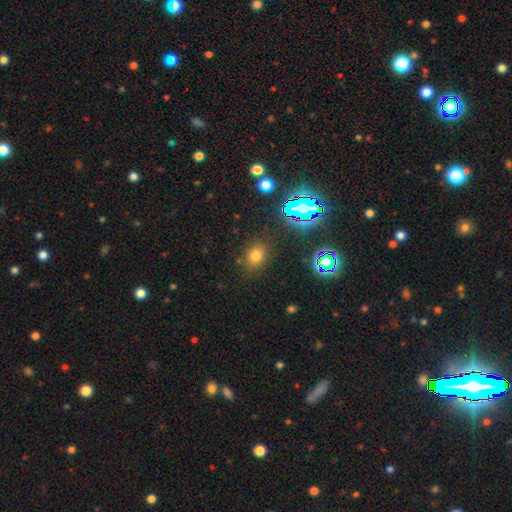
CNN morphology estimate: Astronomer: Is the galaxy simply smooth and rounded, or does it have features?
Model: smooth — 69%.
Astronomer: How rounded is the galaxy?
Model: round — 52% (runner-up: in between, 47%).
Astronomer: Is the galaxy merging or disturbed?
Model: none — 83%.